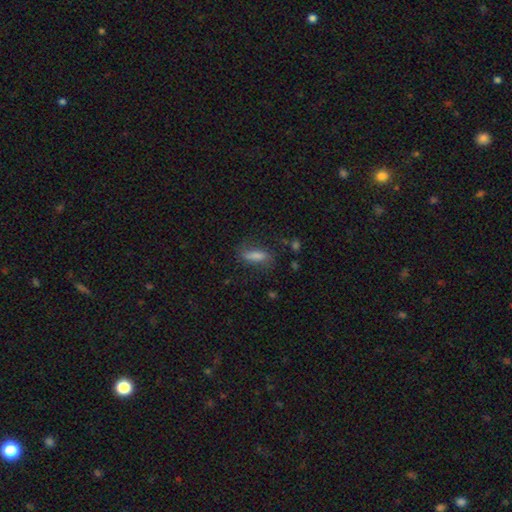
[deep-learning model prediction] This appears to be a smooth galaxy with no disk features (69%) that is in between round and cigar-shaped (52%). Merging: none (69%).